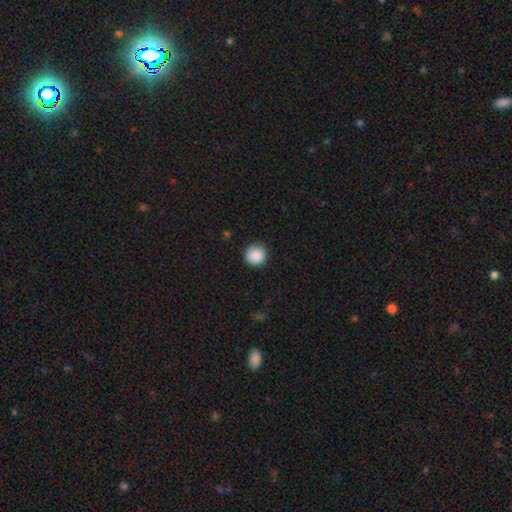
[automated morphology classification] This appears to be a smooth galaxy with no disk features (89%) that is round (94%). Merging: none (90%).